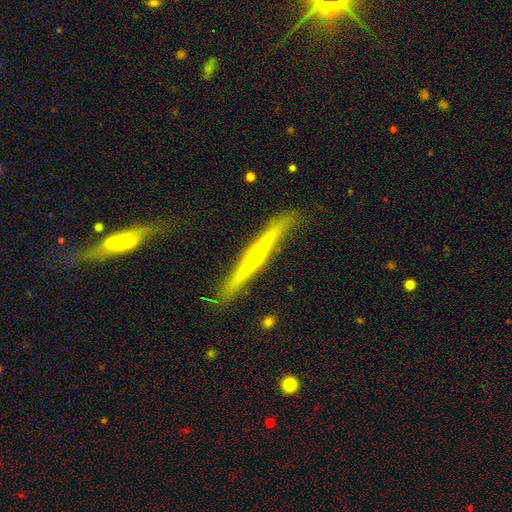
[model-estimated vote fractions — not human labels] Q: Smooth or featured?
A: featured or disk (75%); runner-up: smooth (20%)
Q: Edge-on disk?
A: yes (98%); runner-up: no (2%)
Q: Edge-on bulge?
A: rounded (70%); runner-up: none (22%)
Q: Merging?
A: none (87%); runner-up: minor disturbance (9%)